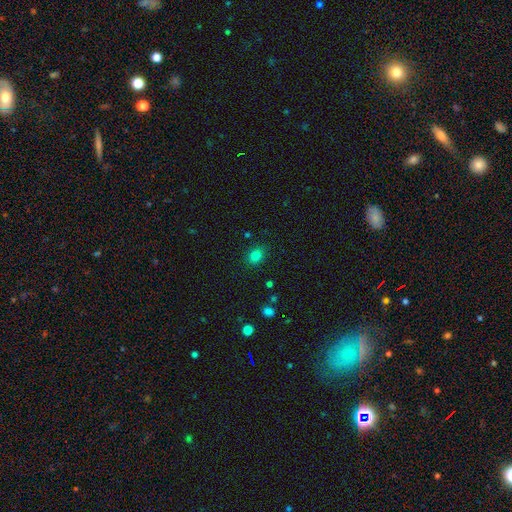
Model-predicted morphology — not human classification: A smooth galaxy with no disk features (81%) that is in between round and cigar-shaped (51%). Merging: none (86%).